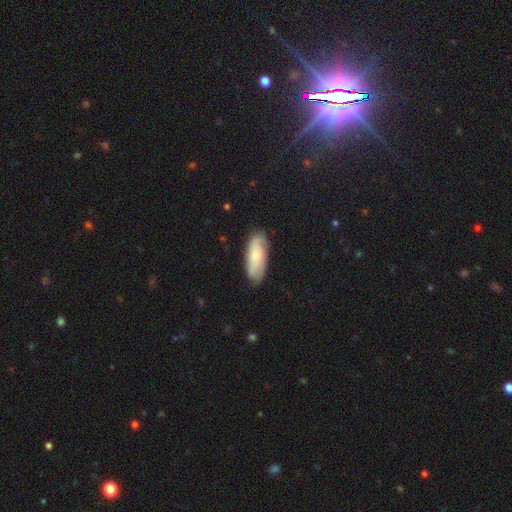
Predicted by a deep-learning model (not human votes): Smooth or featured?
  - smooth: 59% *
  - featured or disk: 34%
  - star or artifact: 6%
How rounded?
  - in between: 77% *
  - cigar-shaped: 21%
  - round: 2%
Merging?
  - none: 79% *
  - minor disturbance: 16%
  - major disturbance: 3%
  - merger: 1%